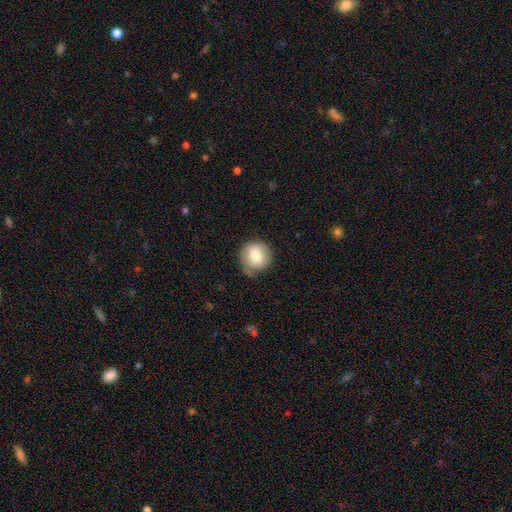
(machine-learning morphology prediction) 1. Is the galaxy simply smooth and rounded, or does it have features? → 79% smooth, 14% featured or disk, 7% star or artifact.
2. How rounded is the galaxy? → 91% round, 8% in between, 1% cigar-shaped.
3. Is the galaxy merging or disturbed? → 67% none, 24% minor disturbance, 7% major disturbance, 2% merger.